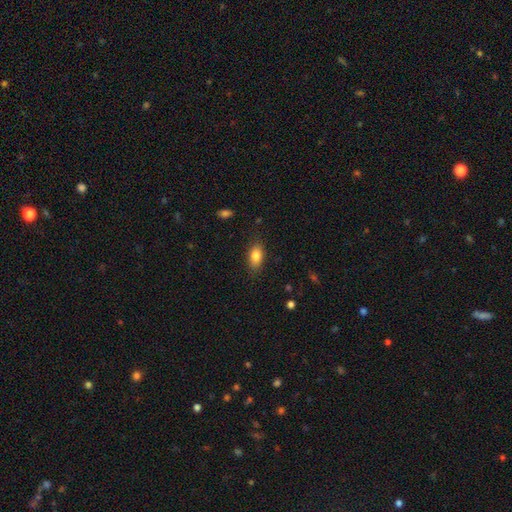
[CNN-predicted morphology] This is clearly a smooth galaxy (83%). How rounded: clearly in between (86%). Merging: clearly none (83%).